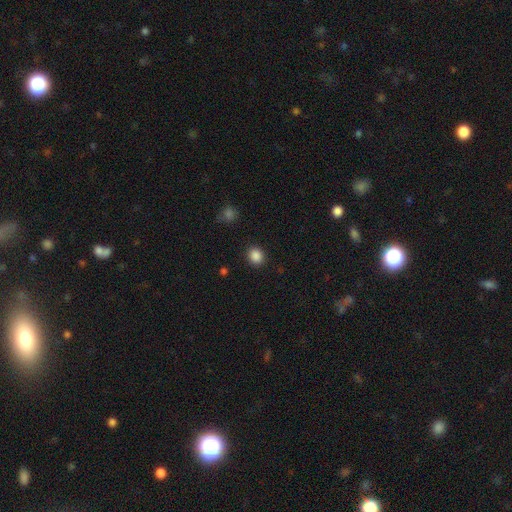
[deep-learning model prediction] Smooth or featured: smooth — 87% (star or artifact — 10%)
How rounded: round — 74% (in between — 25%)
Merging: none — 89% (minor disturbance — 7%)